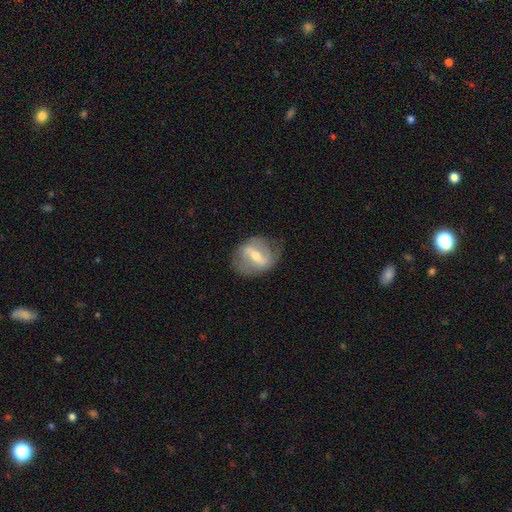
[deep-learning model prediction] The model was most divided on "bulge size": moderate: 57%, small: 36%, large: 4%, none: 2%, dominant: 1%. More confident: edge-on disk — no (91%); merging — none (72%); smooth or featured — featured or disk (70%); spiral arms — yes (62%); bar — strong (61%).